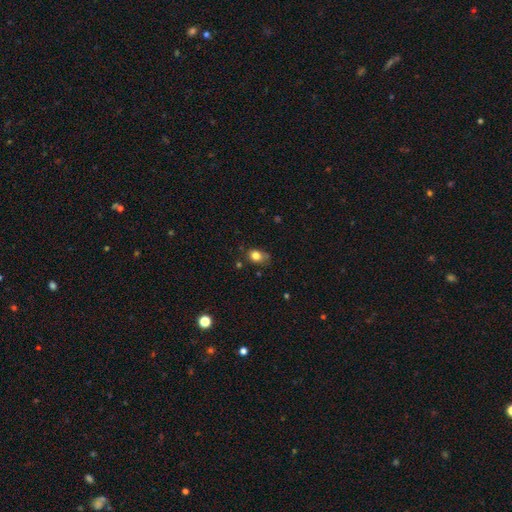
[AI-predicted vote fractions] smooth 80%, star or artifact 11%, featured or disk 8%. Down the decision tree: how rounded — in between (54%); merging — none (58%).